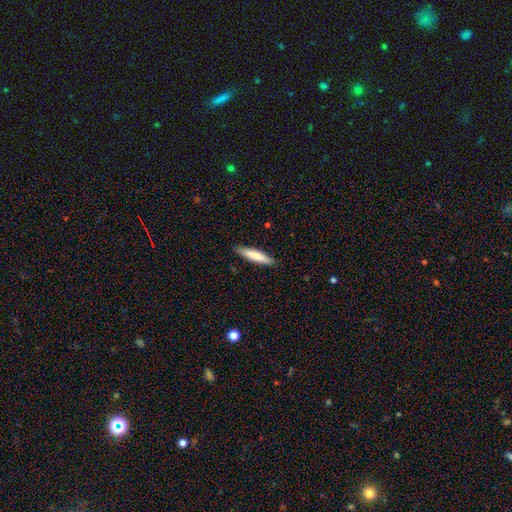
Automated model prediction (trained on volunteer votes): A smooth galaxy with no disk features (79%) that is cigar-shaped (82%). Merging: none (89%).